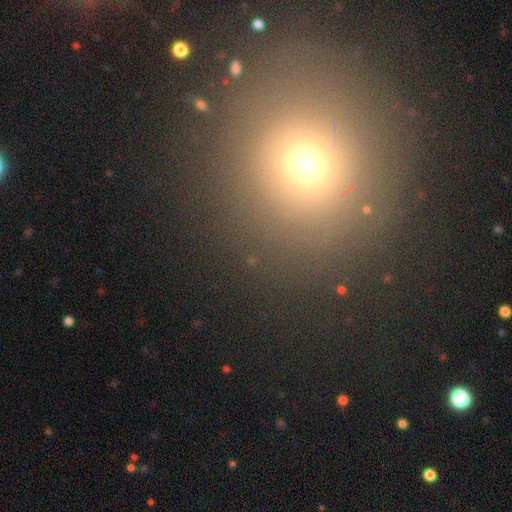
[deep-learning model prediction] This is possibly a smooth galaxy (59%). How rounded: clearly round (91%). Merging: clearly none (87%).